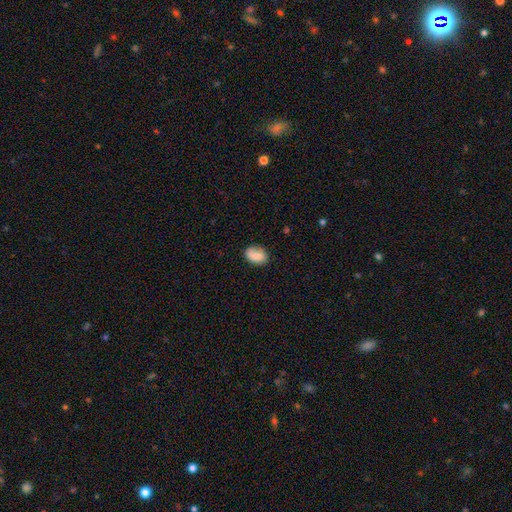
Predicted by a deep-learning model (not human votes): smooth_or_featured: smooth (p=0.79) [alt: featured or disk p=0.13]
how_rounded: in between (p=0.77) [alt: round p=0.22]
merging: none (p=0.69) [alt: minor disturbance p=0.22]